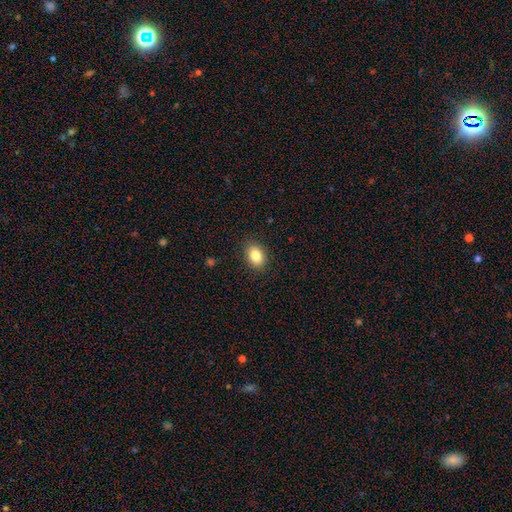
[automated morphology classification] Q: Smooth or featured?
A: smooth (85%); runner-up: star or artifact (9%)
Q: How rounded?
A: in between (70%); runner-up: round (29%)
Q: Merging?
A: none (88%); runner-up: minor disturbance (9%)